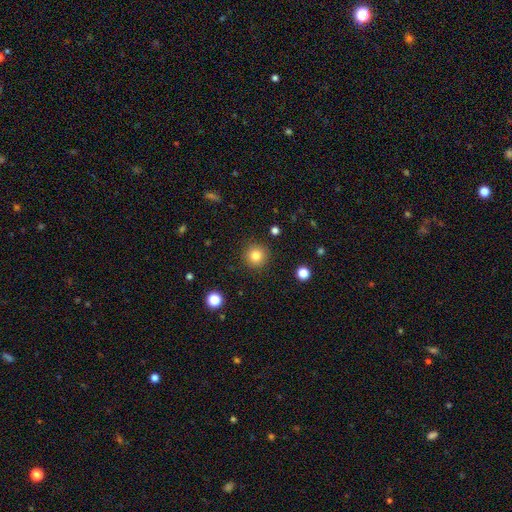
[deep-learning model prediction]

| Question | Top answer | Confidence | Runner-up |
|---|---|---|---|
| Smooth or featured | smooth | 82% | star or artifact (12%) |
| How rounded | round | 95% | in between (4%) |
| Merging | none | 90% | minor disturbance (6%) |